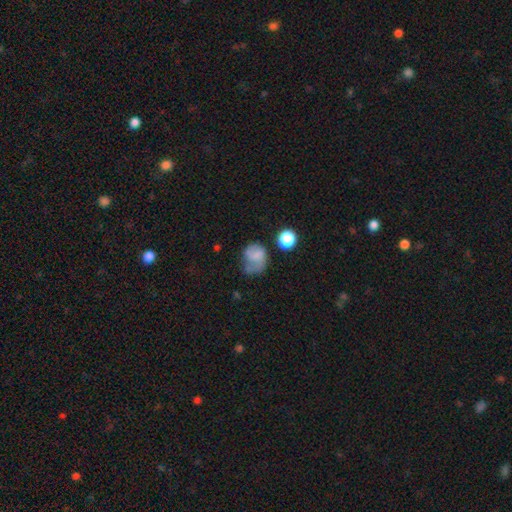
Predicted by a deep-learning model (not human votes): smooth-or-featured: smooth: 57% | featured or disk: 30% | star or artifact: 12%
  how-rounded: round: 55% | in between: 44% | cigar-shaped: 1%
  merging: none: 38% | minor disturbance: 30% | major disturbance: 27% | merger: 6%